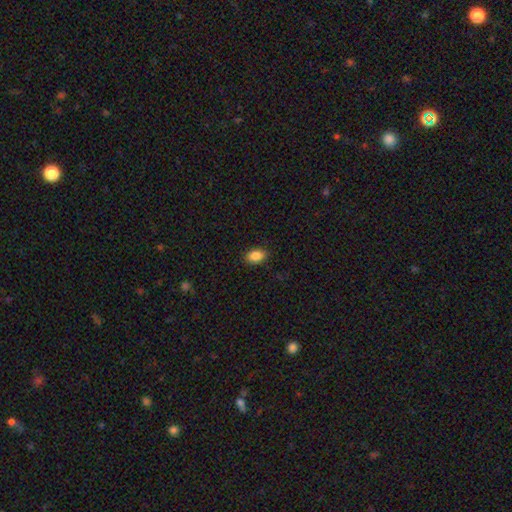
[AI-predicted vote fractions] Q: Smooth or featured?
A: smooth (87%); runner-up: star or artifact (8%)
Q: How rounded?
A: in between (85%); runner-up: round (14%)
Q: Merging?
A: none (88%); runner-up: minor disturbance (9%)